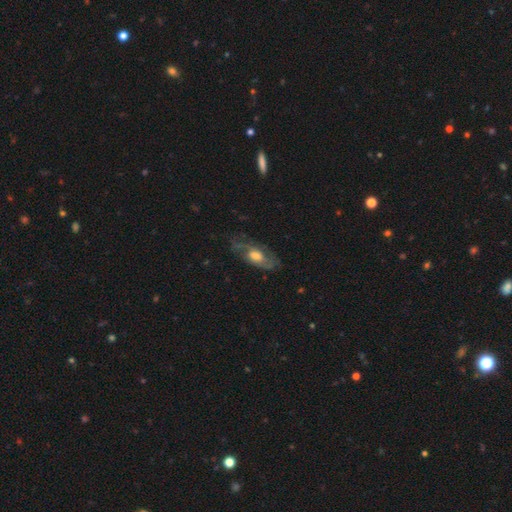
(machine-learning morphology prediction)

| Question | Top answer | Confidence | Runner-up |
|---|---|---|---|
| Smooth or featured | featured or disk | 66% | smooth (27%) |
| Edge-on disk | no | 85% | yes (15%) |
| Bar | no | 68% | weak (27%) |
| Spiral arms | yes | 78% | no (22%) |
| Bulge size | moderate | 51% | large (34%) |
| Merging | none | 60% | minor disturbance (23%) |